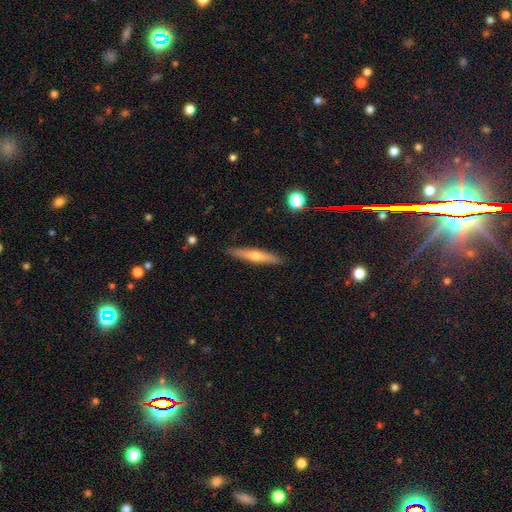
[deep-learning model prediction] A featured or disk galaxy (54%) viewed edge-on (95%) with a rounded central bulge (83%). Merging: none (91%).